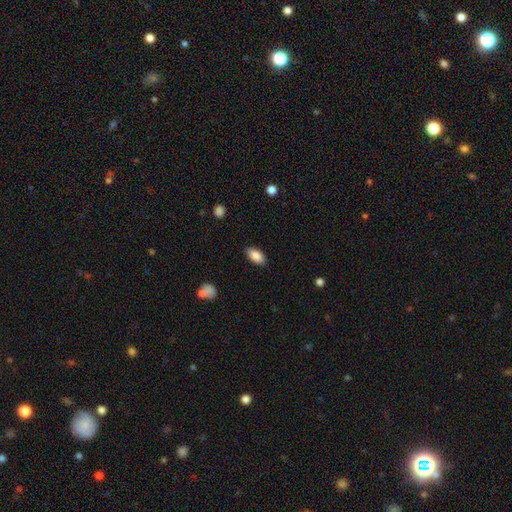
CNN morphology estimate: This is clearly a smooth galaxy (86%). How rounded: clearly in between (92%). Merging: clearly none (87%).